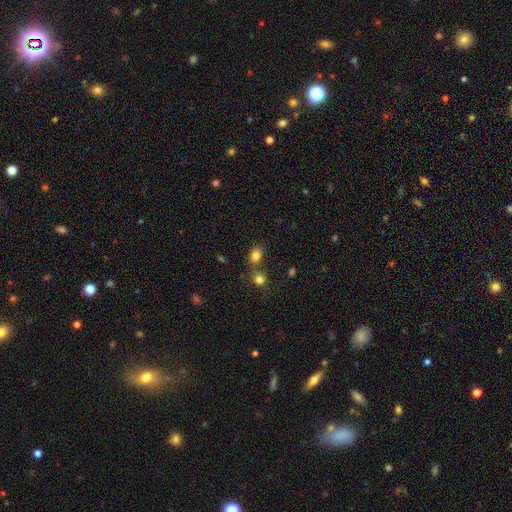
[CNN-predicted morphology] Q: Smooth or featured?
A: smooth (81%); runner-up: star or artifact (13%)
Q: How rounded?
A: in between (53%); runner-up: round (45%)
Q: Merging?
A: none (64%); runner-up: merger (22%)